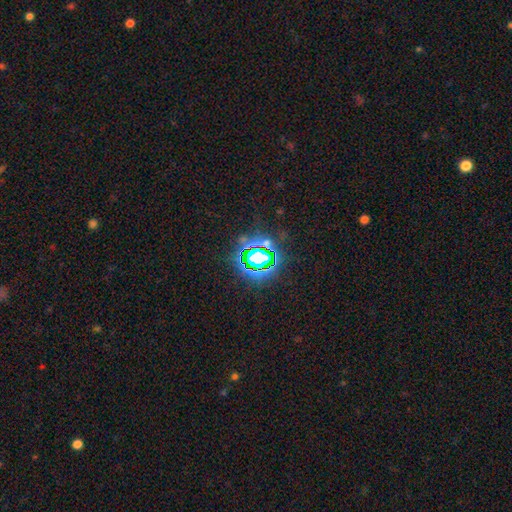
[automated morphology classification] Smooth or featured? star or artifact (74%)